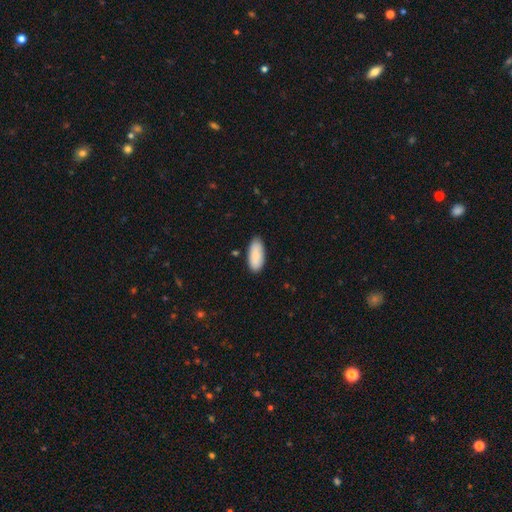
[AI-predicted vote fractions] smooth-or-featured: smooth: 89% | star or artifact: 6% | featured or disk: 6%
  how-rounded: in between: 89% | cigar-shaped: 10% | round: 2%
  merging: none: 85% | minor disturbance: 12% | major disturbance: 2% | merger: 1%